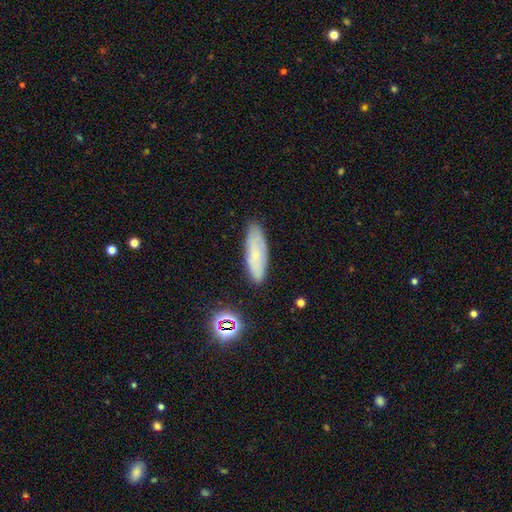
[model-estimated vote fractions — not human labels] smooth 57%, featured or disk 33%, star or artifact 10%. Down the decision tree: how rounded — in between (53%); merging — none (83%).